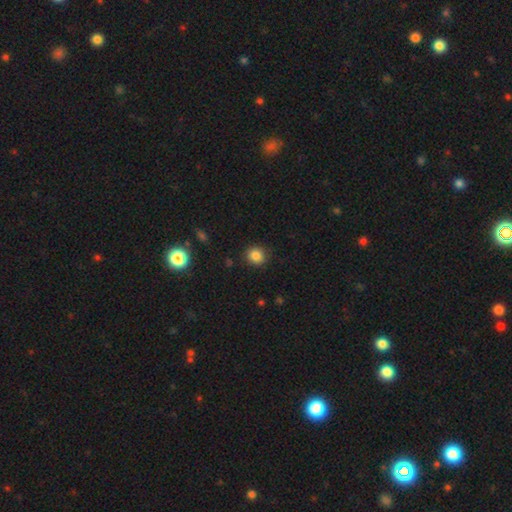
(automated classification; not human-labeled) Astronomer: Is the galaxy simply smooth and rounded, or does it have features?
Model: smooth — 84%.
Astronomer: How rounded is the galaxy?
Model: round — 83%.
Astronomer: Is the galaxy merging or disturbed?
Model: none — 88%.